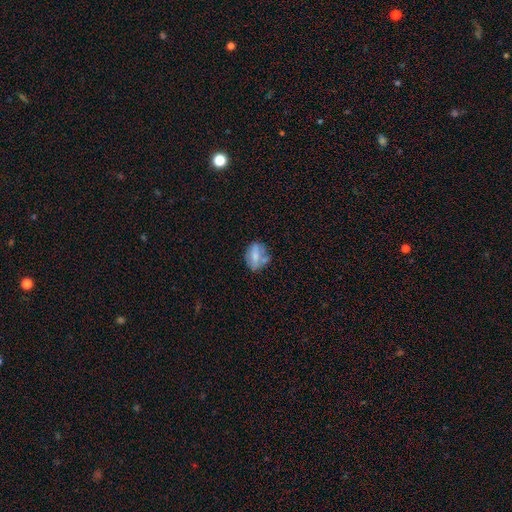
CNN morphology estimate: A smooth galaxy with no disk features (59%) that is in between round and cigar-shaped (64%). Merging: none (53%).